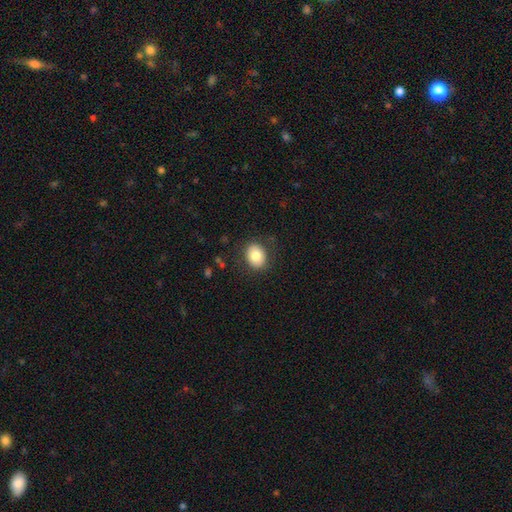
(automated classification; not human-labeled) Smooth or featured: smooth — 80% (featured or disk — 11%)
How rounded: round — 50% (in between — 49%)
Merging: none — 85% (minor disturbance — 10%)